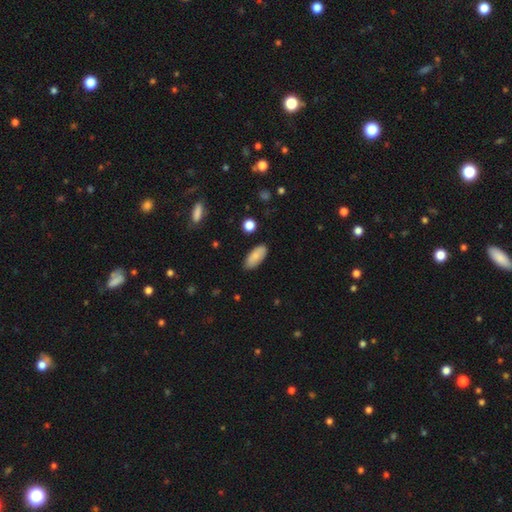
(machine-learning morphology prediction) This is clearly a smooth galaxy (83%). How rounded: clearly in between (88%). Merging: clearly none (86%).